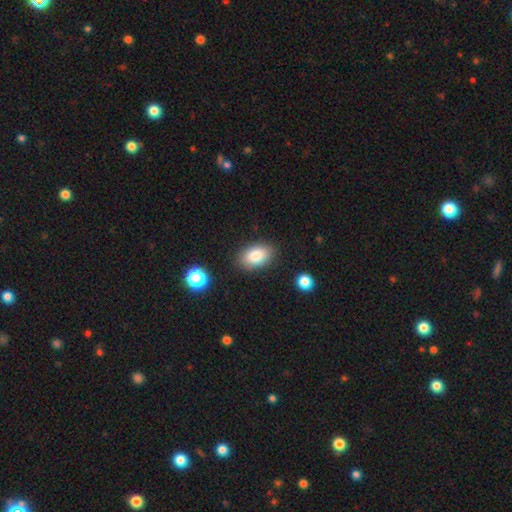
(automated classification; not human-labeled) A smooth galaxy with no disk features (83%) that is in between round and cigar-shaped (89%).

Vote fractions:
- Smooth or featured? smooth: 83% / featured or disk: 9% / star or artifact: 8%
- How rounded? in between: 89% / round: 10% / cigar-shaped: 1%
- Merging? none: 85% / minor disturbance: 10% / major disturbance: 3% / merger: 2%